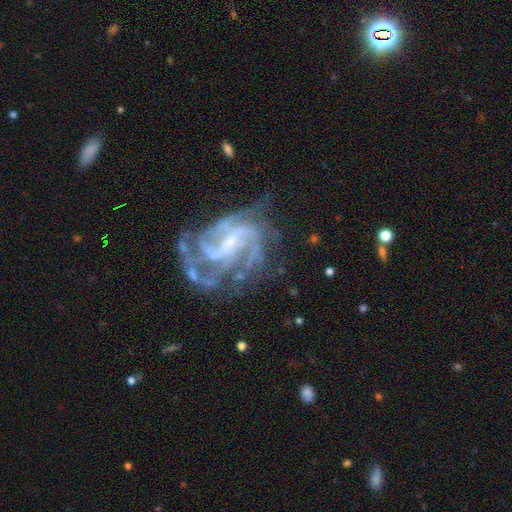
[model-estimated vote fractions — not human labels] Q: Smooth or featured?
A: featured or disk (83%); runner-up: star or artifact (11%)
Q: Edge-on disk?
A: no (97%); runner-up: yes (3%)
Q: Bar?
A: weak (46%); runner-up: no (27%)
Q: Spiral arms?
A: yes (94%); runner-up: no (6%)
Q: Spiral winding?
A: tight (48%); runner-up: medium (41%)
Q: Spiral arm count?
A: 3 (25%); runner-up: can't tell (24%)
Q: Bulge size?
A: small (55%); runner-up: moderate (22%)
Q: Merging?
A: none (61%); runner-up: minor disturbance (18%)